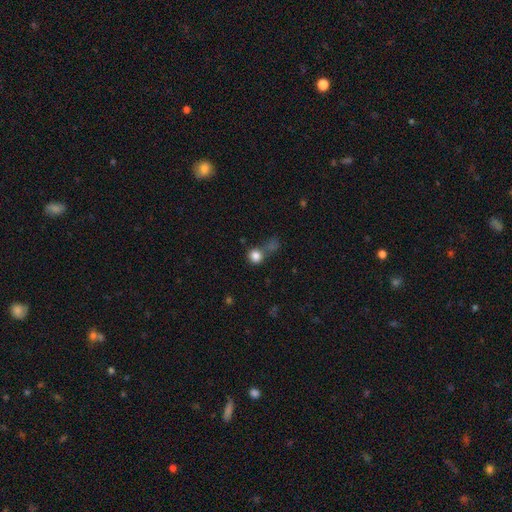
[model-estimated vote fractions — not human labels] Q: Smooth or featured?
A: smooth (82%); runner-up: star or artifact (12%)
Q: How rounded?
A: round (87%); runner-up: in between (12%)
Q: Merging?
A: none (54%); runner-up: merger (26%)